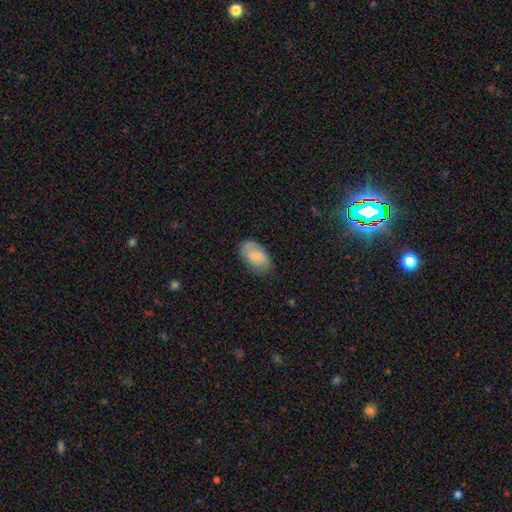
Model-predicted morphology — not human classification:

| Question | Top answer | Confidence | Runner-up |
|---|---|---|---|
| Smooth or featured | smooth | 52% | featured or disk (40%) |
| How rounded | in between | 91% | round (7%) |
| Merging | none | 71% | minor disturbance (21%) |